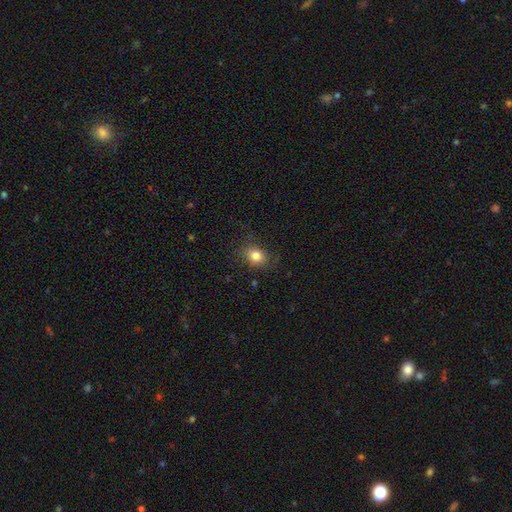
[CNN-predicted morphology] Smooth or featured? smooth (82%)
How rounded? in between (56%)
Merging? none (81%)